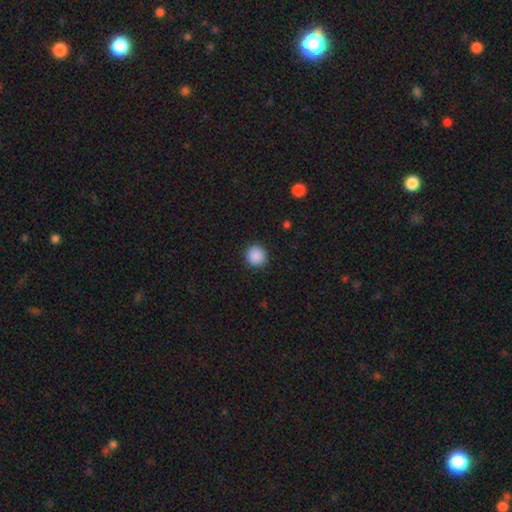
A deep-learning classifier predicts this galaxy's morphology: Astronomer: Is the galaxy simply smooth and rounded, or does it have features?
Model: smooth — 89%.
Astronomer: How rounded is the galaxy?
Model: round — 95%.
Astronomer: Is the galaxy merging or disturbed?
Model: none — 92%.